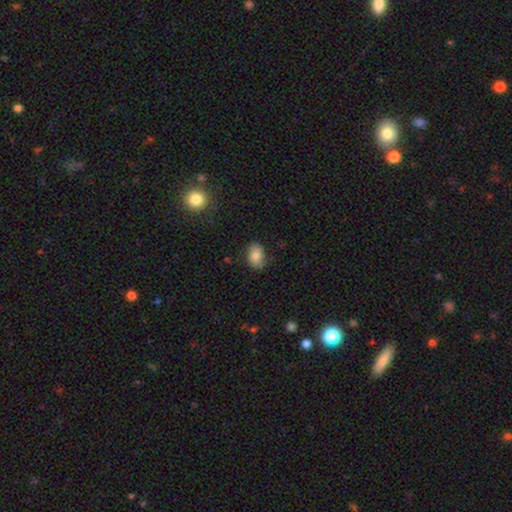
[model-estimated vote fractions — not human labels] Morphology: type=smooth (78%); roundness=in between (77%); merging=none (74%).